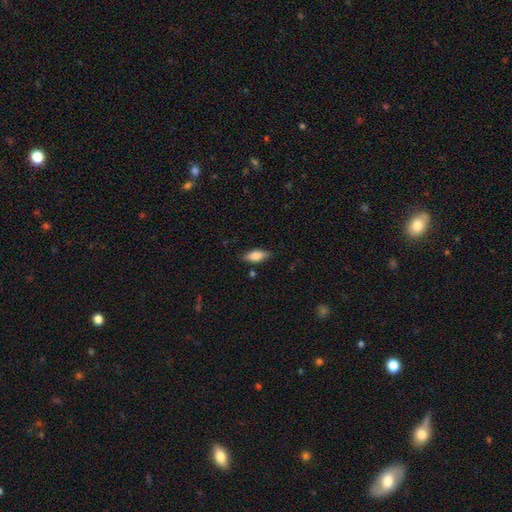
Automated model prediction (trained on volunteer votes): The model was most divided on "how rounded": in between: 82%, cigar-shaped: 16%, round: 3%. More confident: merging — none (83%); smooth or featured — smooth (82%).